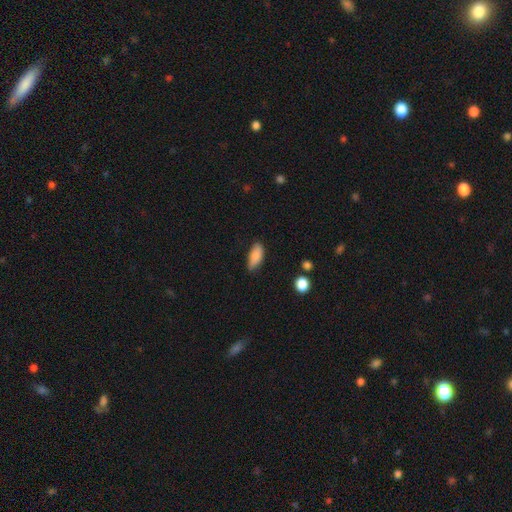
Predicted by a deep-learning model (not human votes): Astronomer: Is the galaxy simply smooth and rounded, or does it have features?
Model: smooth — 87%.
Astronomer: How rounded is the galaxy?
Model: in between — 85%.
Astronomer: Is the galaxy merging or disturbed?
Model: none — 73%.